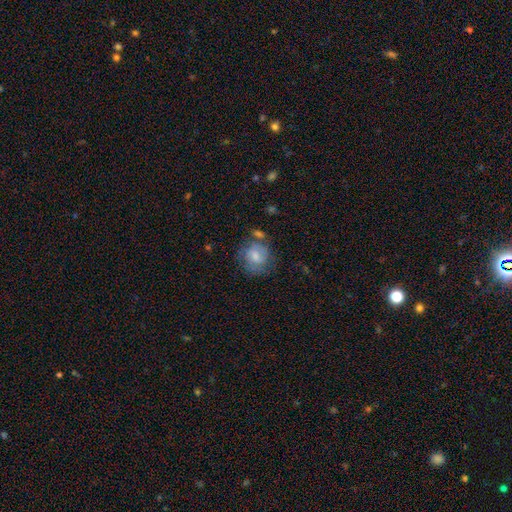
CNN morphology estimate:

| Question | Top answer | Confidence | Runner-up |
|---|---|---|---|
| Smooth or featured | smooth | 59% | featured or disk (33%) |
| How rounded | round | 71% | in between (28%) |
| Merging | none | 55% | minor disturbance (23%) |